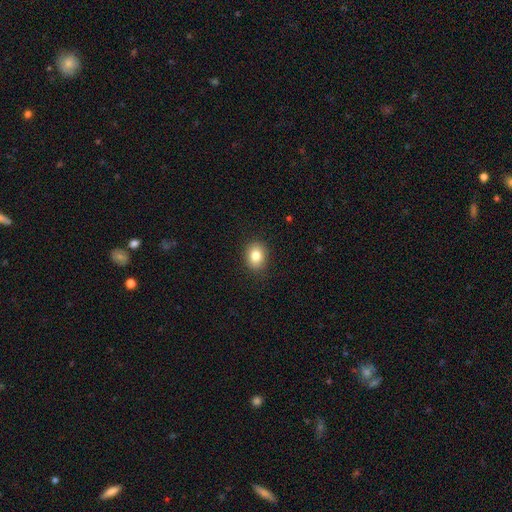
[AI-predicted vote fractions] A smooth galaxy with no disk features (81%) that is round (50%).

Vote fractions:
- Smooth or featured? smooth: 81% / star or artifact: 10% / featured or disk: 9%
- How rounded? round: 50% / in between: 49% / cigar-shaped: 1%
- Merging? none: 88% / minor disturbance: 9% / major disturbance: 2% / merger: 1%